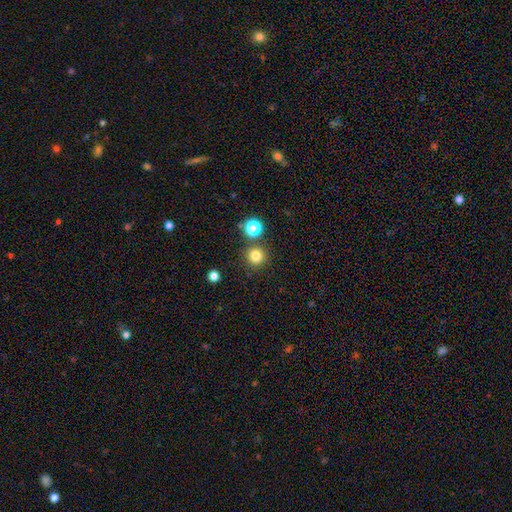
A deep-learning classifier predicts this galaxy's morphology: A smooth galaxy with no disk features (80%) that is round (95%).

Vote fractions:
- Smooth or featured? smooth: 80% / star or artifact: 15% / featured or disk: 5%
- How rounded? round: 95% / in between: 4% / cigar-shaped: 1%
- Merging? none: 84% / merger: 7% / minor disturbance: 6% / major disturbance: 2%